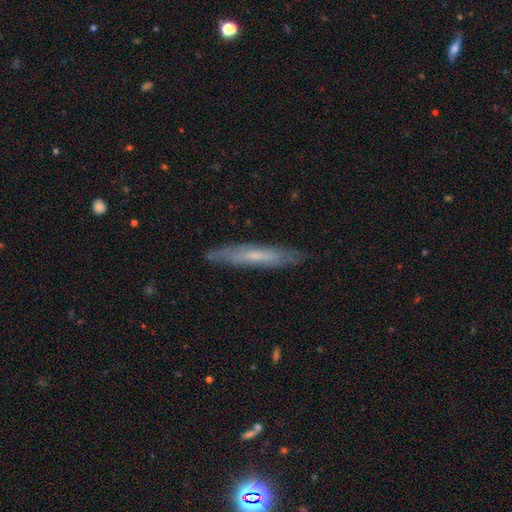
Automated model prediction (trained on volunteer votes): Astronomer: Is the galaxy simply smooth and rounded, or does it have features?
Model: featured or disk — 51% (runner-up: smooth, 43%).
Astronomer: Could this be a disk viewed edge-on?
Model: yes — 74%.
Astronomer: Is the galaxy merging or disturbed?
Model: none — 84%.